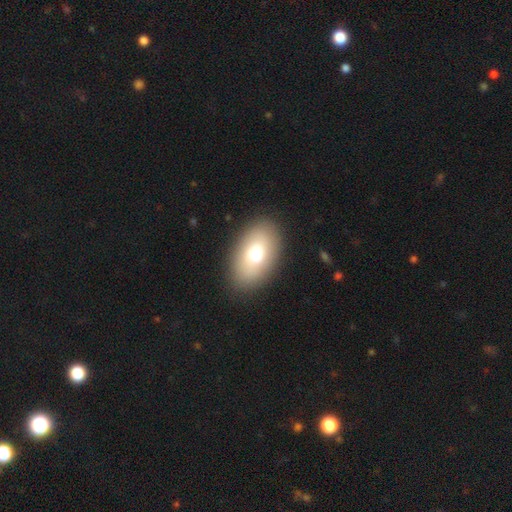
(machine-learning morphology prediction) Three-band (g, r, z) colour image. It shows a smooth galaxy with no disk features (74%) that is in between round and cigar-shaped (92%). Merging: none (88%).